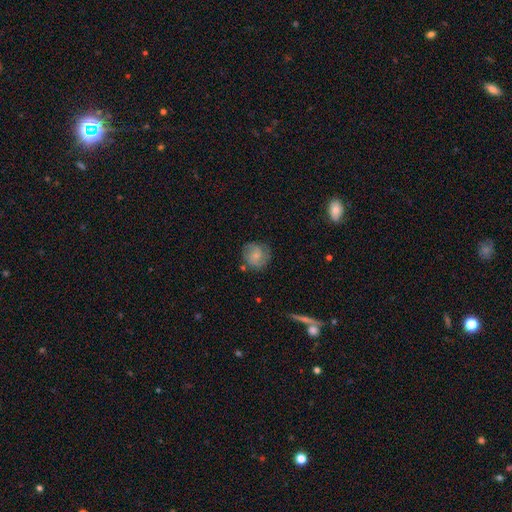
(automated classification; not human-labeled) smooth_or_featured: featured or disk (p=0.49) [alt: smooth p=0.43]
merging: none (p=0.71) [alt: minor disturbance p=0.19]